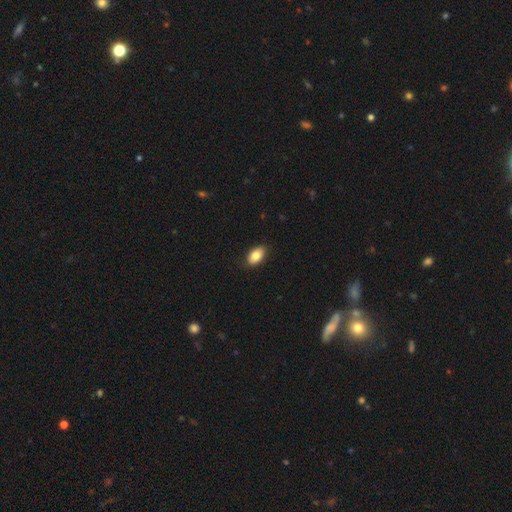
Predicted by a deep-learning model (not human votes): Morphology: type=smooth (84%); roundness=in between (92%); merging=none (88%).